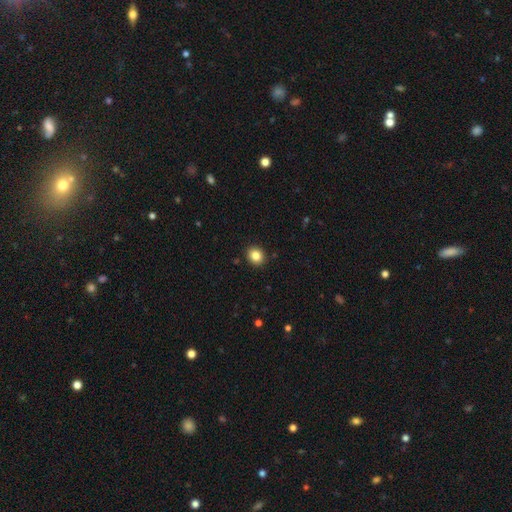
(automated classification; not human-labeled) Smooth or featured?
  - smooth: 85% *
  - star or artifact: 10%
  - featured or disk: 5%
How rounded?
  - round: 71% *
  - in between: 28%
  - cigar-shaped: 1%
Merging?
  - none: 91% *
  - minor disturbance: 6%
  - major disturbance: 2%
  - merger: 1%